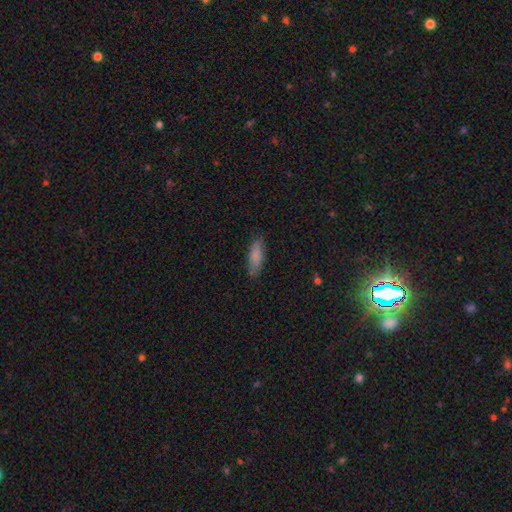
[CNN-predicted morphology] smooth-or-featured: smooth: 84% | featured or disk: 9% | star or artifact: 7%
  how-rounded: in between: 55% | cigar-shaped: 43% | round: 2%
  merging: none: 85% | minor disturbance: 12% | major disturbance: 2% | merger: 1%